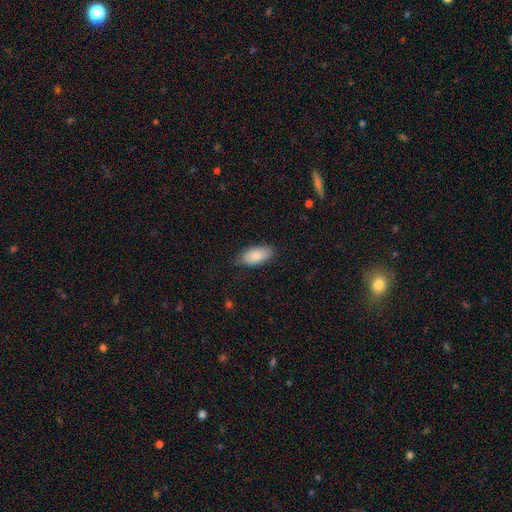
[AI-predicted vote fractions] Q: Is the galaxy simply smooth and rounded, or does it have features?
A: smooth — 82%.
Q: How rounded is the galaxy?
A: in between — 92%.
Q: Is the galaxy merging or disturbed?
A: none — 78%.